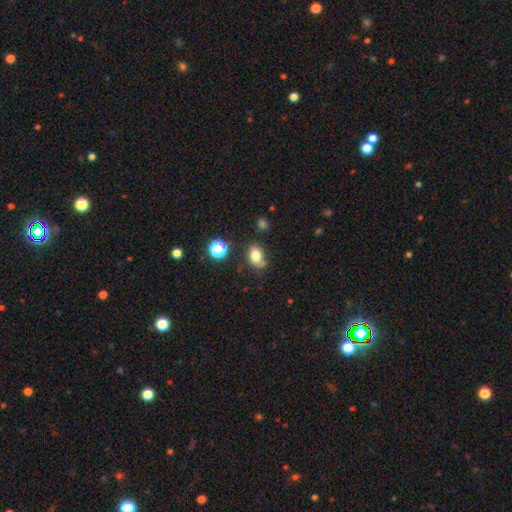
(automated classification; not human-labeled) A smooth galaxy with no disk features (78%) that is in between round and cigar-shaped (73%). Merging: none (63%).